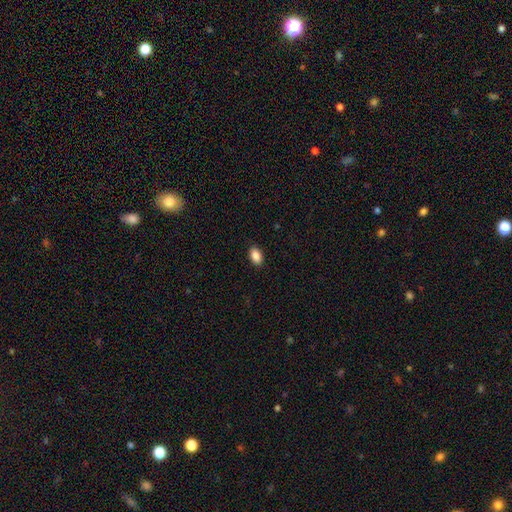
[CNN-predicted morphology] type=smooth (89%); roundness=in between (92%); merging=none (89%).